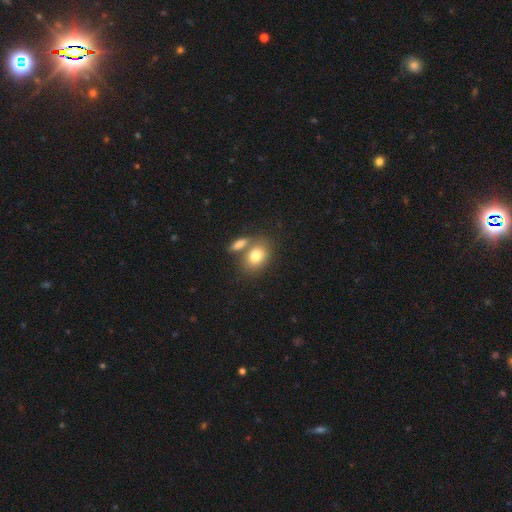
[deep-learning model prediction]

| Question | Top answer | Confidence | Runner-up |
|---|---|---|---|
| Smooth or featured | smooth | 79% | featured or disk (13%) |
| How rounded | in between | 71% | round (27%) |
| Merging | none | 48% | merger (37%) |